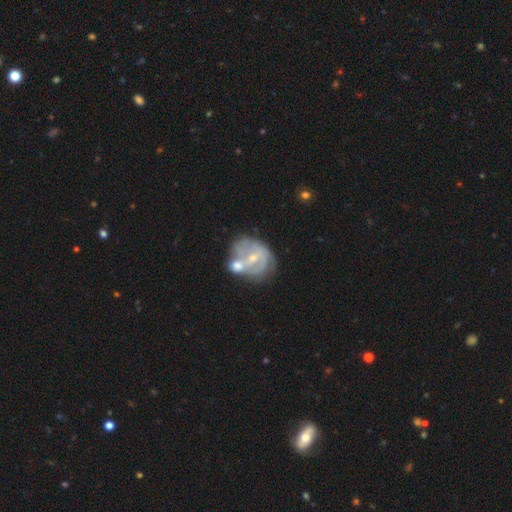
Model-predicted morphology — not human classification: featured or disk 69%, smooth 24%, star or artifact 7%. Down the decision tree: edge-on disk — no (97%); bar — no (51%); spiral arms — yes (61%); bulge size — small (56%); merging — merger (46%).